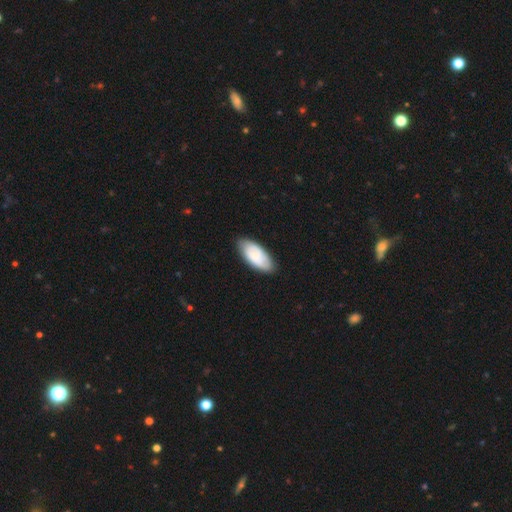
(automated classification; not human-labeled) Smooth or featured? smooth (68%)
How rounded? in between (91%)
Merging? none (80%)